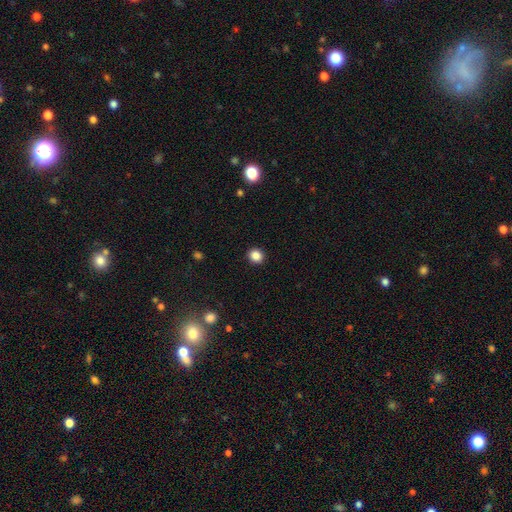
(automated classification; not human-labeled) A smooth galaxy with no disk features (86%) that is round (83%). Merging: none (92%).